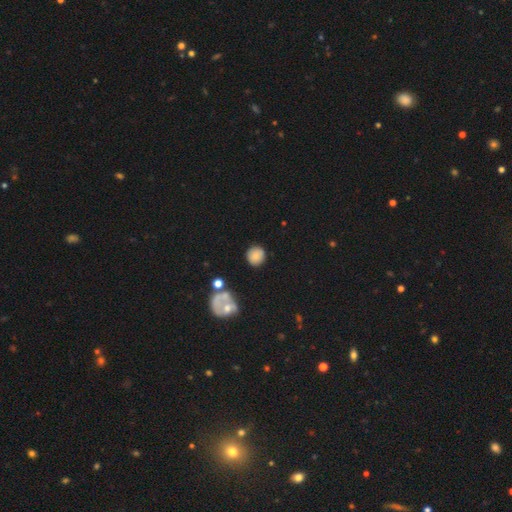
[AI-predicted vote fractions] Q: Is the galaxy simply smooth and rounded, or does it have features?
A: smooth — 78%.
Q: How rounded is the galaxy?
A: round — 90%.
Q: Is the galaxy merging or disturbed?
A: none — 83%.